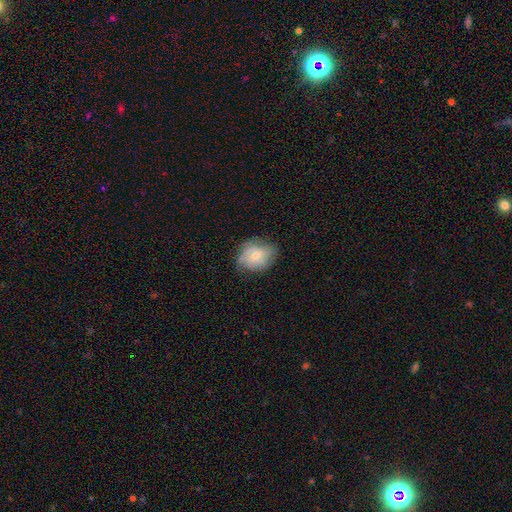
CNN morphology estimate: Smooth or featured?
  - featured or disk: 53% *
  - smooth: 38%
  - star or artifact: 9%
Edge-on disk?
  - no: 96% *
  - yes: 4%
Bar?
  - no: 74% *
  - weak: 22%
  - strong: 4%
Spiral arms?
  - yes: 79% *
  - no: 21%
Bulge size?
  - moderate: 48% *
  - small: 47%
  - large: 2%
  - none: 1%
  - dominant: 1%
Merging?
  - none: 69% *
  - minor disturbance: 23%
  - major disturbance: 7%
  - merger: 1%